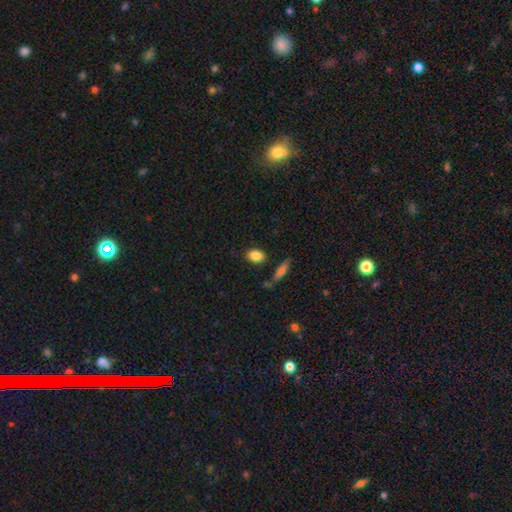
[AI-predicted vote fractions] This appears to be a smooth galaxy with no disk features (86%) that is in between round and cigar-shaped (81%). Merging: none (81%).